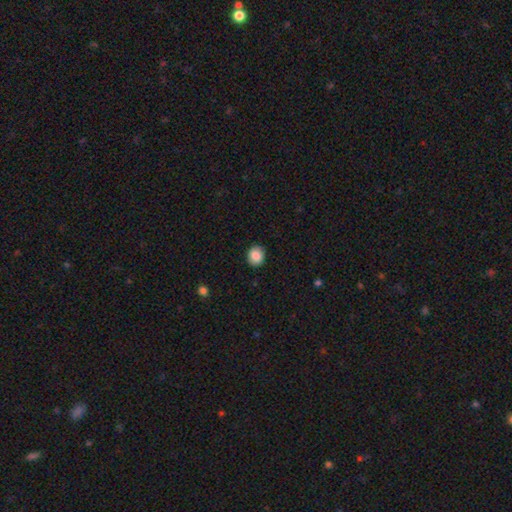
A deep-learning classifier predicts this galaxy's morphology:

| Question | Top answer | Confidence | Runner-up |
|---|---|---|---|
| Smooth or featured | smooth | 87% | star or artifact (8%) |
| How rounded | round | 69% | in between (30%) |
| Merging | none | 90% | minor disturbance (7%) |